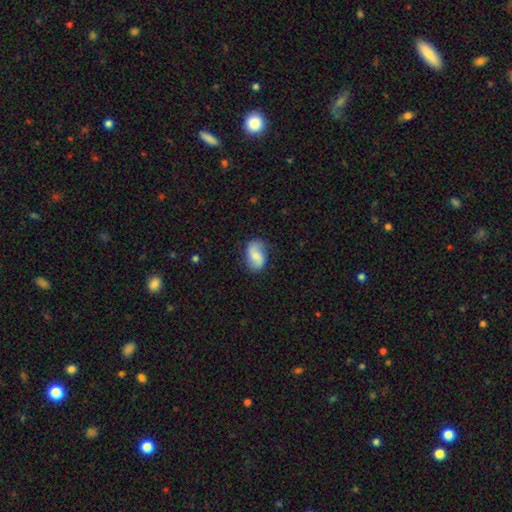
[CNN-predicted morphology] Q: Smooth or featured?
A: smooth (52%); runner-up: featured or disk (41%)
Q: How rounded?
A: in between (87%); runner-up: round (11%)
Q: Merging?
A: none (74%); runner-up: minor disturbance (20%)